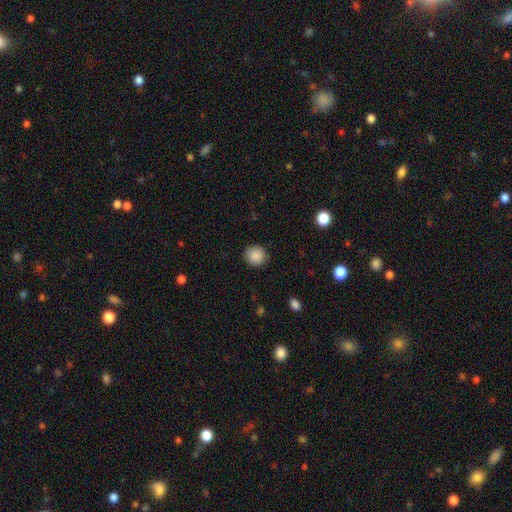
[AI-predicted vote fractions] Smooth or featured? Predicted: smooth (p=0.89). How rounded? Predicted: round (p=0.88). Merging? Predicted: none (p=0.89).